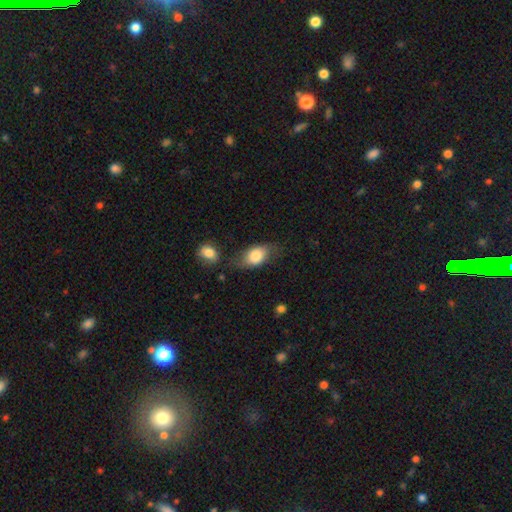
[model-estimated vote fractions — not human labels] The model was most divided on "merging": none: 60%, minor disturbance: 23%, merger: 9%, major disturbance: 8%. More confident: how rounded — in between (86%); smooth or featured — smooth (79%).